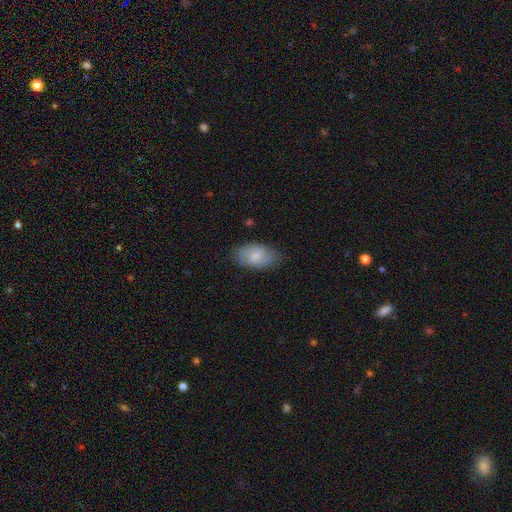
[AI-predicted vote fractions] Smooth or featured: smooth — 65% (featured or disk — 28%)
How rounded: in between — 93% (round — 5%)
Merging: none — 77% (minor disturbance — 18%)